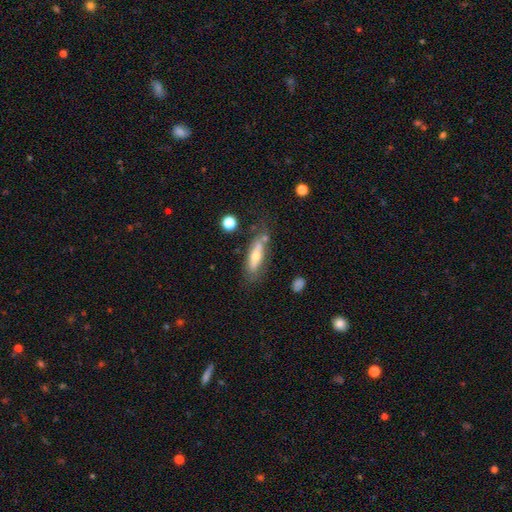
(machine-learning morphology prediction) smooth 48%, featured or disk 45%, star or artifact 7%. Down the decision tree: merging — none (61%).